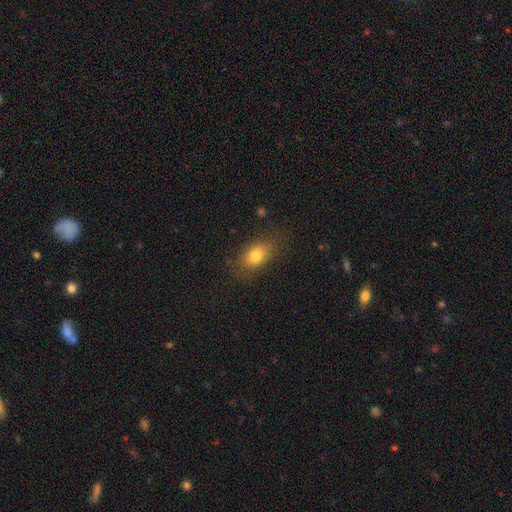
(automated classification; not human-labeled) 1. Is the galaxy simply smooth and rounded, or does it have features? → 78% smooth, 11% featured or disk, 10% star or artifact.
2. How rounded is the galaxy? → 80% in between, 17% round, 3% cigar-shaped.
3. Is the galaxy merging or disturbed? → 80% none, 14% minor disturbance, 5% major disturbance, 1% merger.